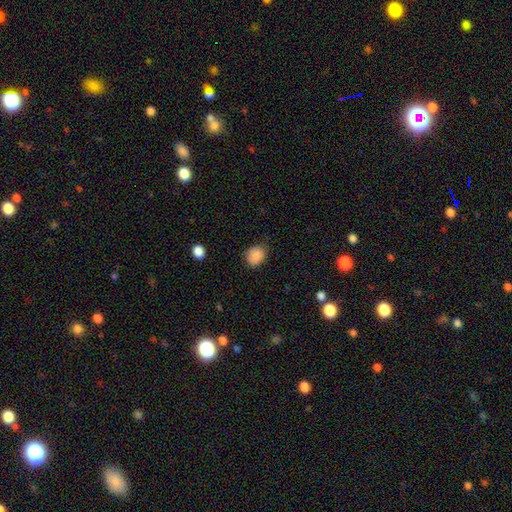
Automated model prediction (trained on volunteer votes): Q: Smooth or featured?
A: smooth (88%); runner-up: star or artifact (9%)
Q: How rounded?
A: round (58%); runner-up: in between (41%)
Q: Merging?
A: none (79%); runner-up: minor disturbance (16%)